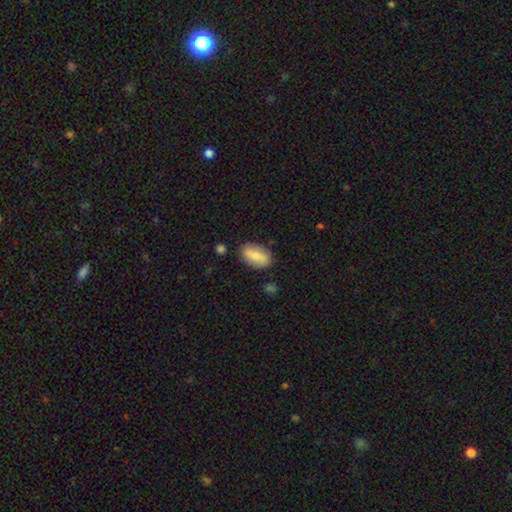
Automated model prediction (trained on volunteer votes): A smooth galaxy with no disk features (74%) that is in between round and cigar-shaped (90%). Merging: none (82%).